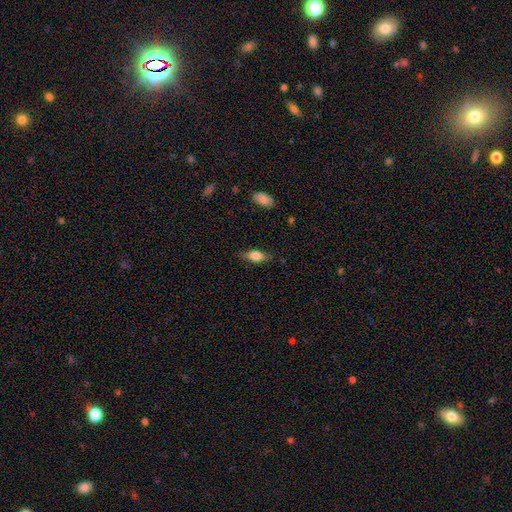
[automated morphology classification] A smooth galaxy with no disk features (68%) that is in between round and cigar-shaped (75%).

Vote fractions:
- Smooth or featured? smooth: 68% / featured or disk: 25% / star or artifact: 7%
- How rounded? in between: 75% / cigar-shaped: 21% / round: 4%
- Merging? none: 79% / minor disturbance: 16% / major disturbance: 4% / merger: 1%